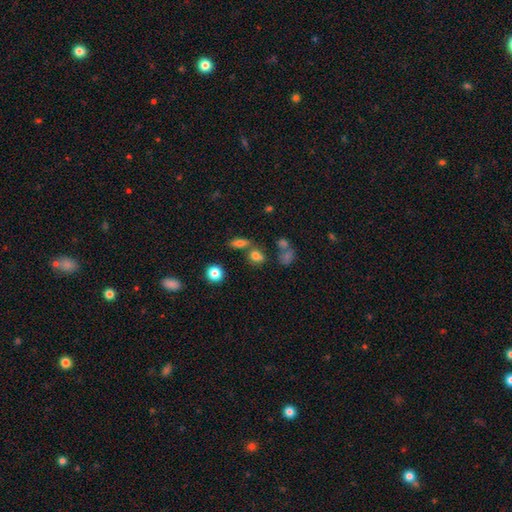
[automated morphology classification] Overall: smooth (72%). How rounded: in between (56%; round 39%). Merging: none (56%; merger 25%).